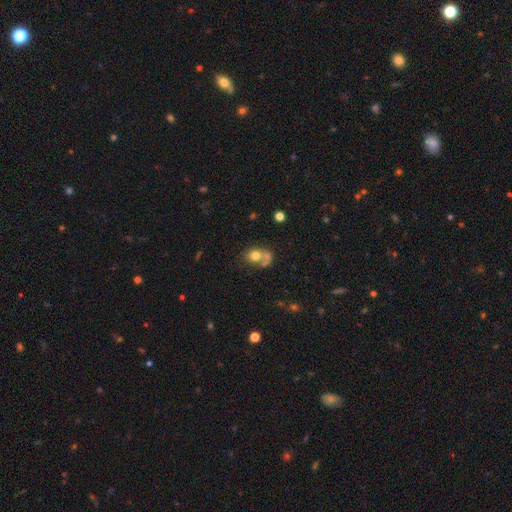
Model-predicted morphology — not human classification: Overall: smooth (70%). How rounded: round (54%; in between 45%). Merging: merger (43%; none 31%).